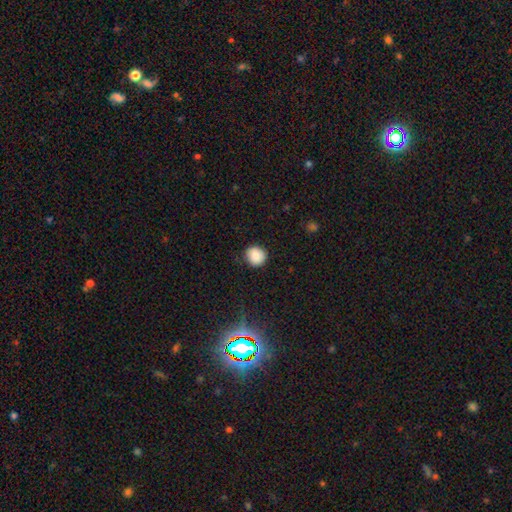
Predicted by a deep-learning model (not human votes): smooth 86%, star or artifact 10%, featured or disk 4%. Down the decision tree: how rounded — round (88%); merging — none (85%).